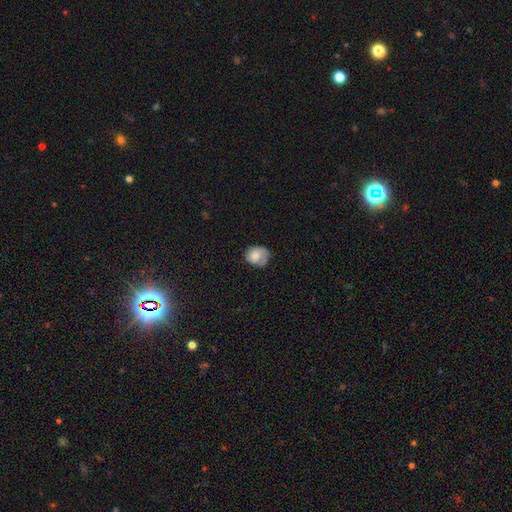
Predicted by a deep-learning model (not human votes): This appears to be a smooth galaxy with no disk features (69%) that is round (59%). Merging: none (48%).